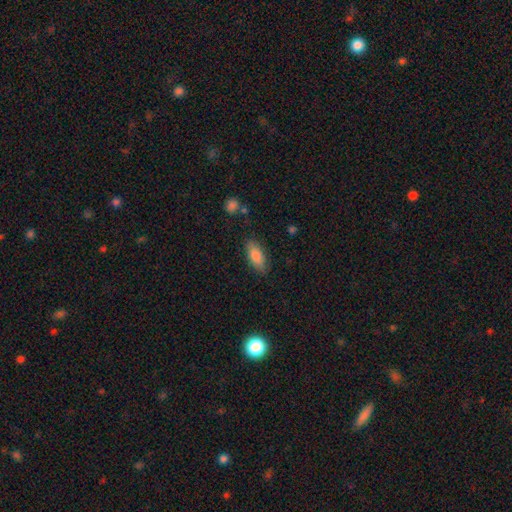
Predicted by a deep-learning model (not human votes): Smooth or featured: smooth — 82% (featured or disk — 12%)
How rounded: in between — 80% (cigar-shaped — 18%)
Merging: none — 84% (minor disturbance — 12%)